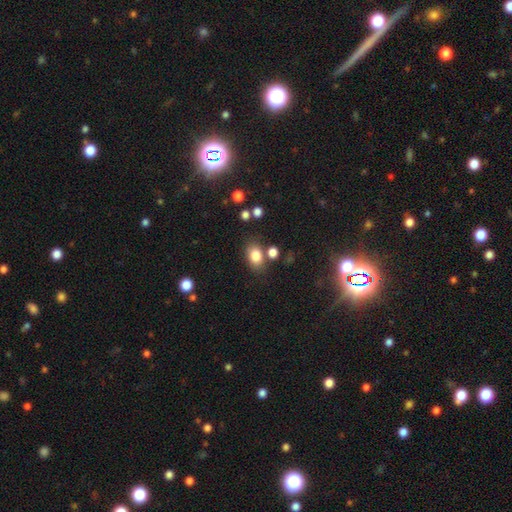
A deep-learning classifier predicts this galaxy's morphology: Overall: smooth (82%). How rounded: in between (70%). Merging: none (70%).